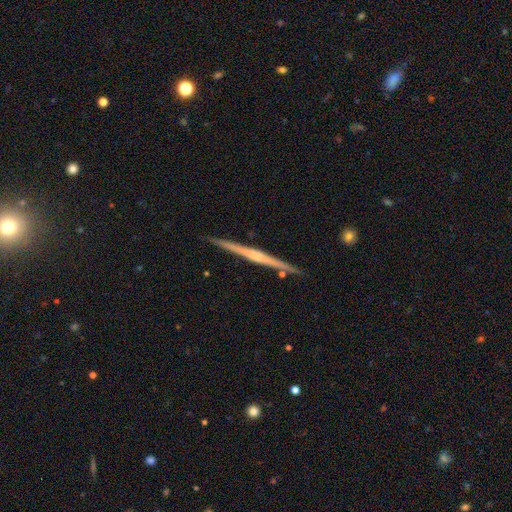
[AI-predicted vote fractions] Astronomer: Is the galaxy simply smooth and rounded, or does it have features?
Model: featured or disk — 75%.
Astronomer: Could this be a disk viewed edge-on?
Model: yes — 98%.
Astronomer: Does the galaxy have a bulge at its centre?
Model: none — 47% (runner-up: rounded, 39%).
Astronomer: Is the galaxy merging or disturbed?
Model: none — 90%.